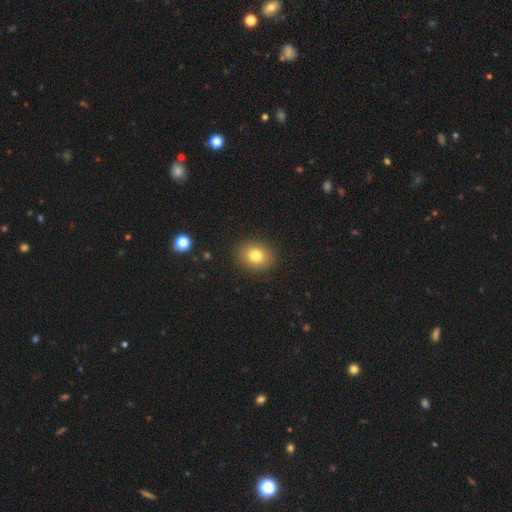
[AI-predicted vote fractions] This appears to be a smooth galaxy with no disk features (79%) that is round (58%). Merging: none (90%).